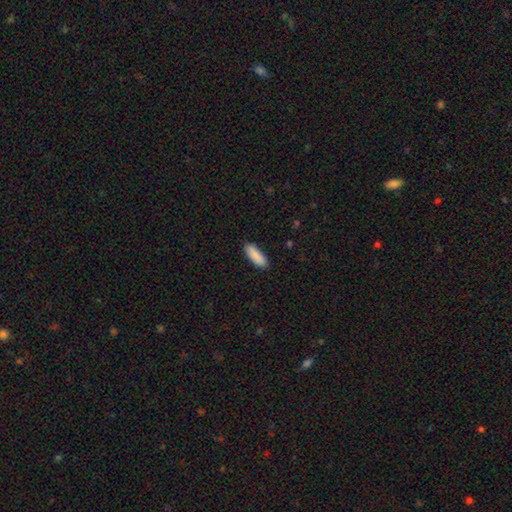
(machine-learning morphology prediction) A smooth galaxy with no disk features (89%) that is in between round and cigar-shaped (59%).

Vote fractions:
- Smooth or featured? smooth: 89% / star or artifact: 6% / featured or disk: 5%
- How rounded? in between: 59% / cigar-shaped: 40% / round: 2%
- Merging? none: 87% / minor disturbance: 10% / major disturbance: 2% / merger: 1%